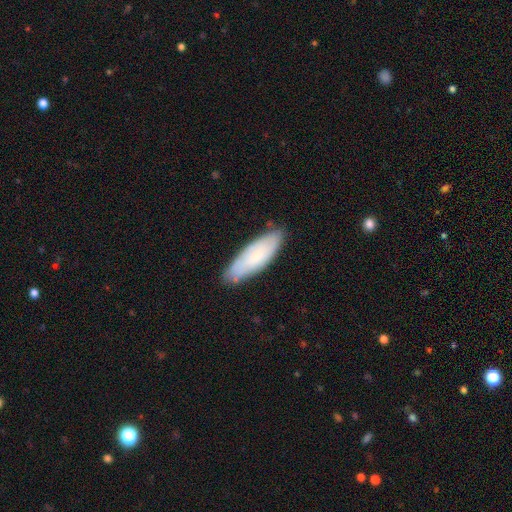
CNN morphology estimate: smooth-or-featured: smooth: 64% | featured or disk: 30% | star or artifact: 6%
  how-rounded: in between: 61% | cigar-shaped: 38% | round: 2%
  merging: none: 80% | minor disturbance: 16% | major disturbance: 3% | merger: 1%